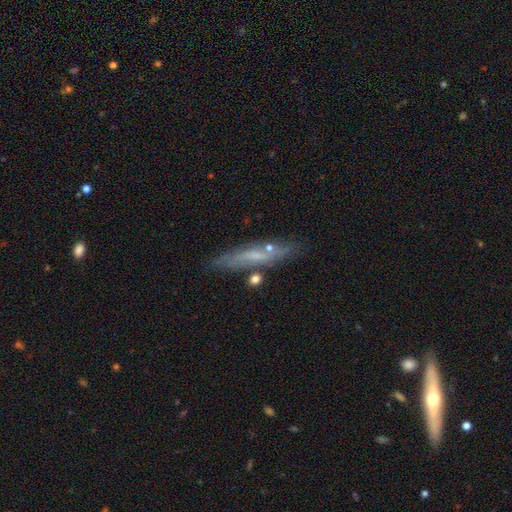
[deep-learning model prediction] featured or disk 50%, smooth 42%, star or artifact 8%. Down the decision tree: merging — none (75%).